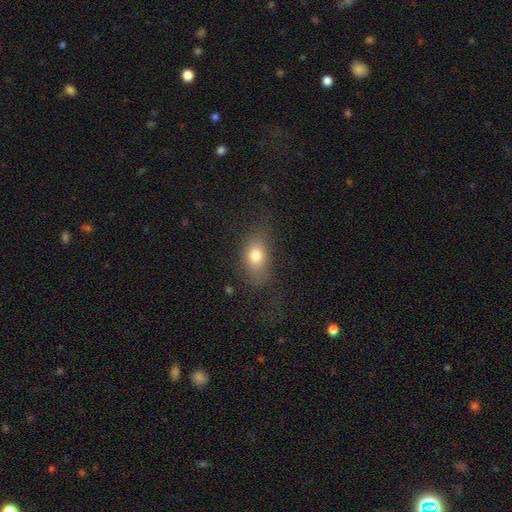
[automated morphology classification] Overall: smooth (76%). How rounded: in between (78%). Merging: none (69%).